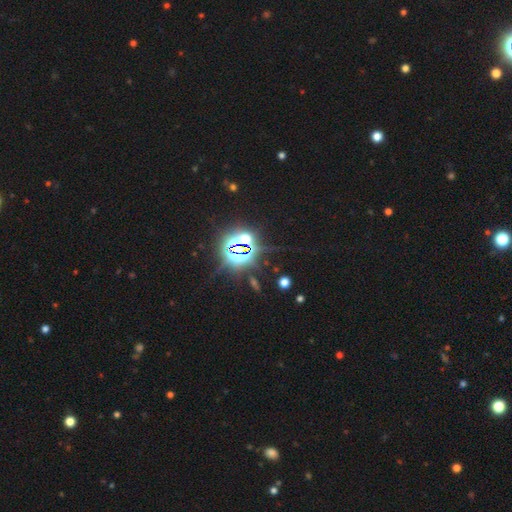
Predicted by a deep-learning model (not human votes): A star or artifact, not a galaxy (85%).